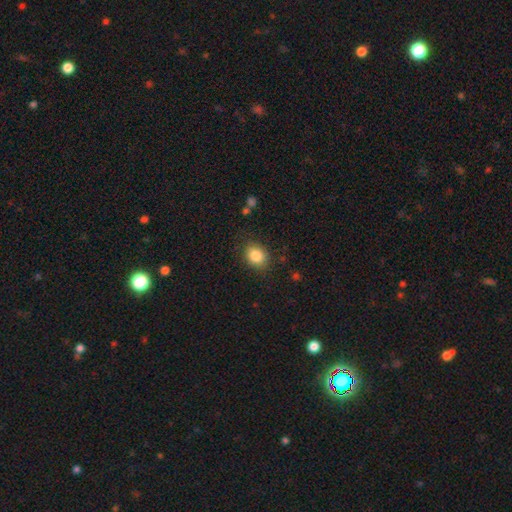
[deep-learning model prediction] Q: Smooth or featured?
A: smooth (85%); runner-up: star or artifact (9%)
Q: How rounded?
A: round (51%); runner-up: in between (48%)
Q: Merging?
A: none (83%); runner-up: minor disturbance (12%)